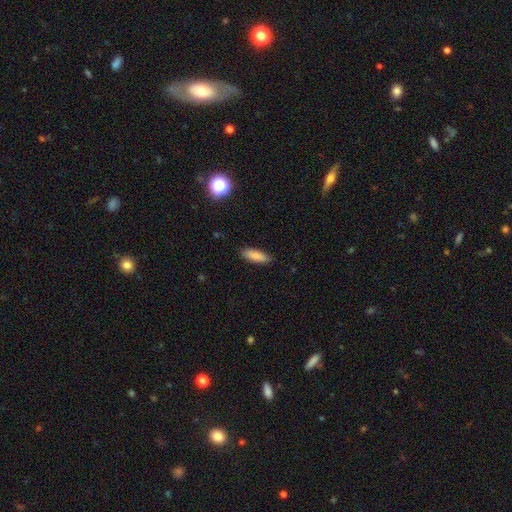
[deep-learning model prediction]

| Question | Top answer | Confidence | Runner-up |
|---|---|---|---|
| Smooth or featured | smooth | 83% | featured or disk (10%) |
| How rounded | in between | 58% | cigar-shaped (40%) |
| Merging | none | 88% | minor disturbance (9%) |